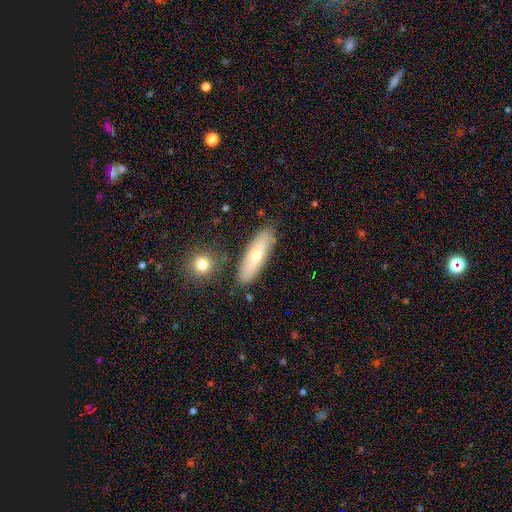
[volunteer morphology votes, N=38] Smooth or featured?
  - smooth: 66% *
  - featured or disk: 26%
  - star or artifact: 8%
How rounded?
  - cigar-shaped: 72% *
  - in between: 24%
  - round: 4%
Merging?
  - none: 83% *
  - minor disturbance: 14%
  - merger: 3%
  - major disturbance: 0%